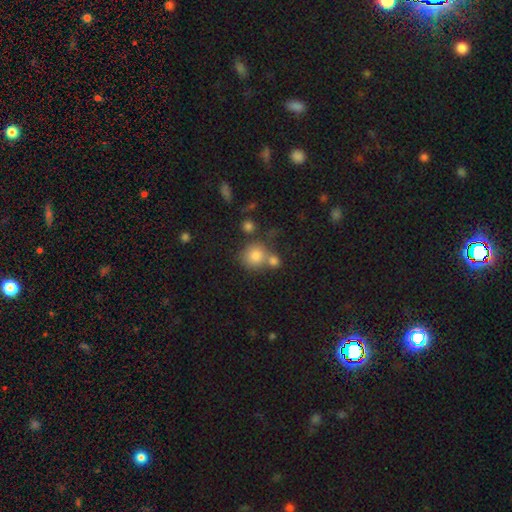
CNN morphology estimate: A smooth galaxy with no disk features (79%) that is round (86%).

Vote fractions:
- Smooth or featured? smooth: 79% / star or artifact: 11% / featured or disk: 9%
- How rounded? round: 86% / in between: 13% / cigar-shaped: 1%
- Merging? none: 53% / merger: 32% / minor disturbance: 10% / major disturbance: 4%